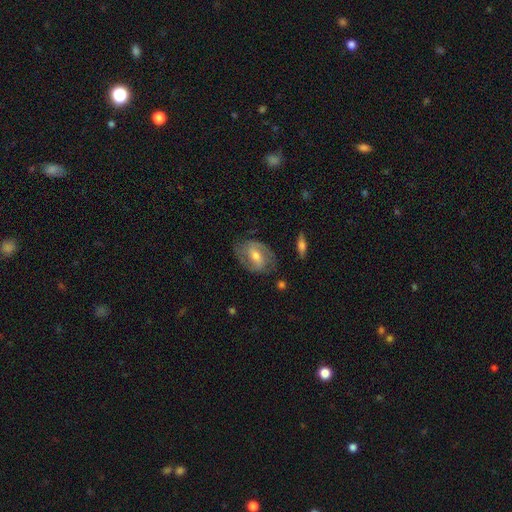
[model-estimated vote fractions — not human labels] Smooth or featured? Predicted: featured or disk (p=0.74). Edge-on disk? Predicted: no (p=0.95). Bar? Predicted: weak (p=0.46). Spiral arms? Predicted: yes (p=0.88). Spiral winding? Predicted: medium (p=0.48). Spiral arm count? Predicted: 2 (p=0.85). Bulge size? Predicted: moderate (p=0.61). Merging? Predicted: none (p=0.74).